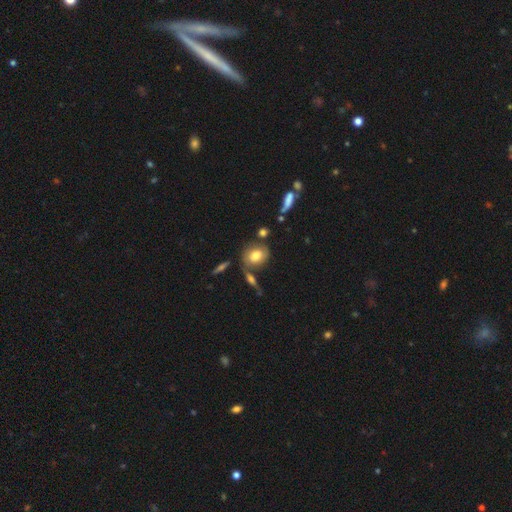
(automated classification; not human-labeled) smooth 75%, featured or disk 16%, star or artifact 9%. Down the decision tree: how rounded — in between (54%); merging — none (65%).